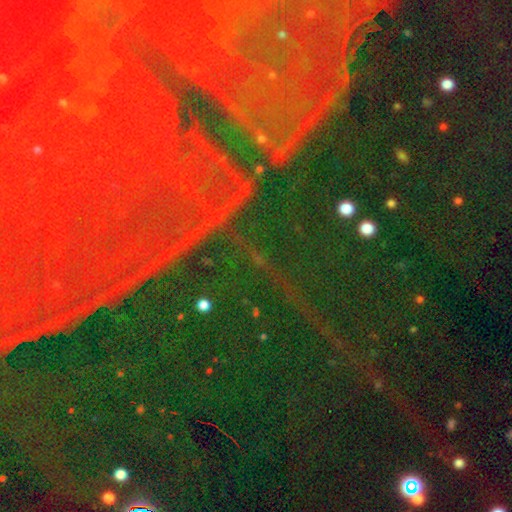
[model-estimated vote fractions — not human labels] Smooth or featured? Predicted: star or artifact (p=0.84).